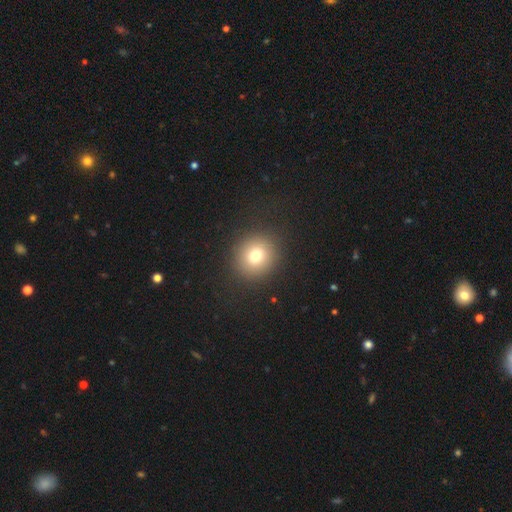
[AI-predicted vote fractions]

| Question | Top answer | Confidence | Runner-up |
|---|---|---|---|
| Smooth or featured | smooth | 74% | star or artifact (15%) |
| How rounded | round | 89% | in between (10%) |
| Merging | none | 90% | minor disturbance (6%) |